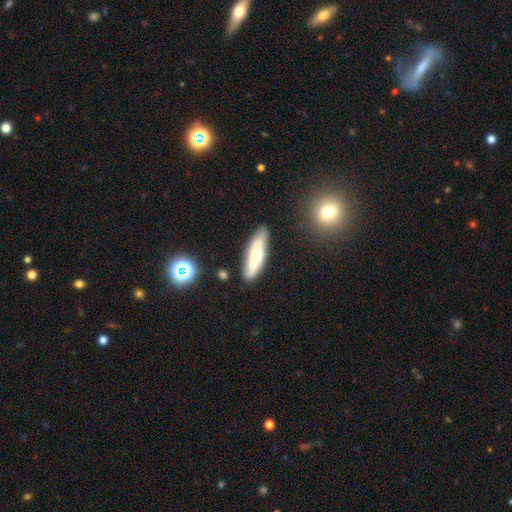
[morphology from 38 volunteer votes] Q: Smooth or featured?
A: smooth (45%); tied with: featured or disk (45%)
Q: How rounded?
A: cigar-shaped (65%); runner-up: in between (29%)
Q: Merging?
A: none (82%); runner-up: minor disturbance (15%)